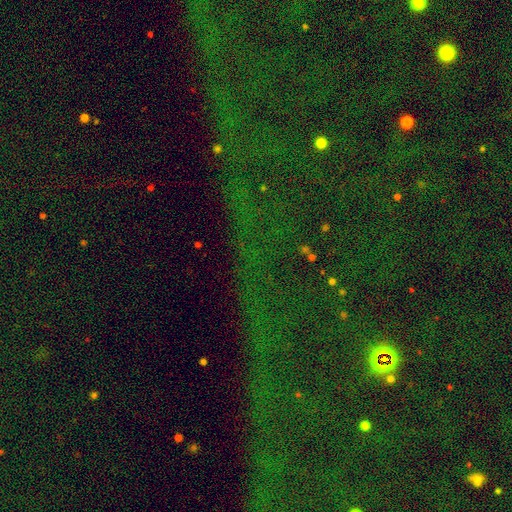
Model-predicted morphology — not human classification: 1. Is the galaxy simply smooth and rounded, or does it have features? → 82% star or artifact, 9% smooth, 8% featured or disk.